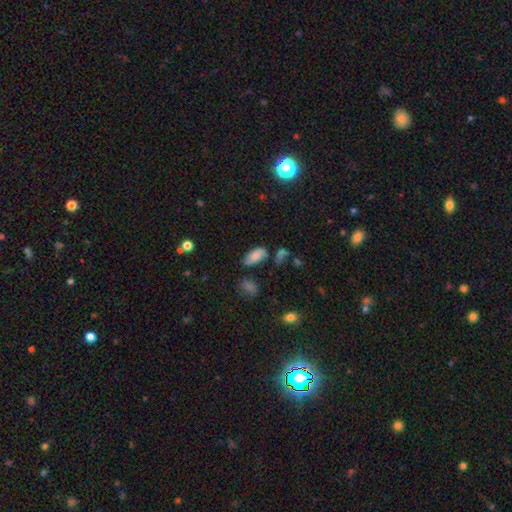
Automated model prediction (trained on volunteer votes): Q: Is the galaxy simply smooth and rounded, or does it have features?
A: smooth — 76%.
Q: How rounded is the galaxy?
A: in between — 90%.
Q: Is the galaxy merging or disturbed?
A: none — 58%.